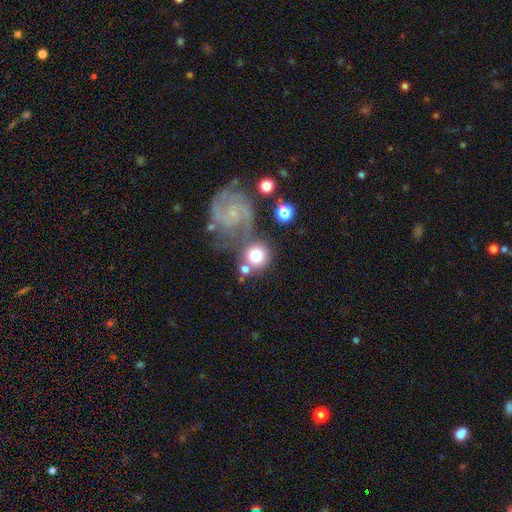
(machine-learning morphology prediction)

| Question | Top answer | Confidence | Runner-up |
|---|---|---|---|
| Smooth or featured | smooth | 62% | featured or disk (29%) |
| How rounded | round | 86% | in between (13%) |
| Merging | none | 51% | merger (26%) |